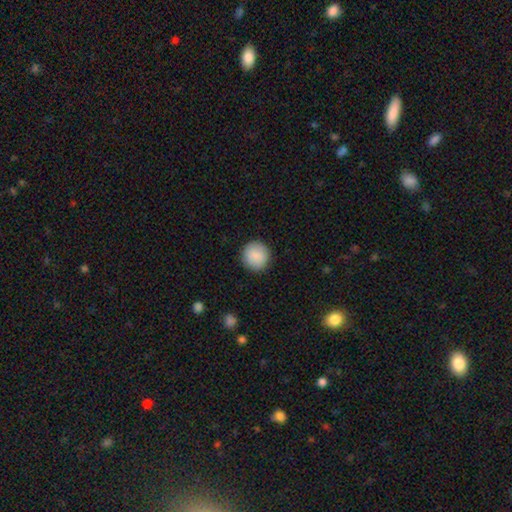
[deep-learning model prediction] A smooth galaxy with no disk features (88%) that is round (94%).

Vote fractions:
- Smooth or featured? smooth: 88% / star or artifact: 7% / featured or disk: 5%
- How rounded? round: 94% / in between: 5% / cigar-shaped: 1%
- Merging? none: 92% / minor disturbance: 6% / major disturbance: 2% / merger: 1%